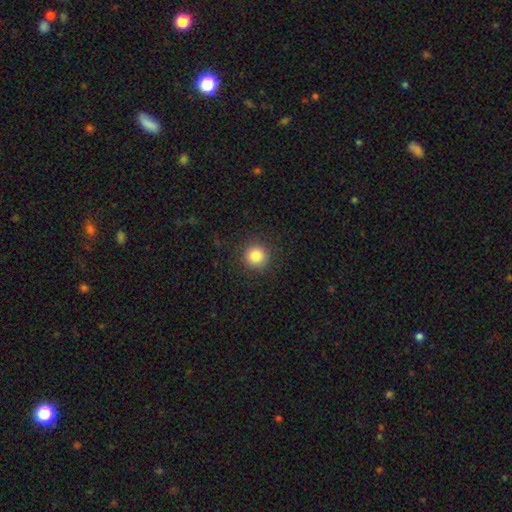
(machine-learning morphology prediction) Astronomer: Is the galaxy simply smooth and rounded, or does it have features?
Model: smooth — 84%.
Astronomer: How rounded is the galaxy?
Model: round — 94%.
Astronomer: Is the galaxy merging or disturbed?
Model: none — 90%.